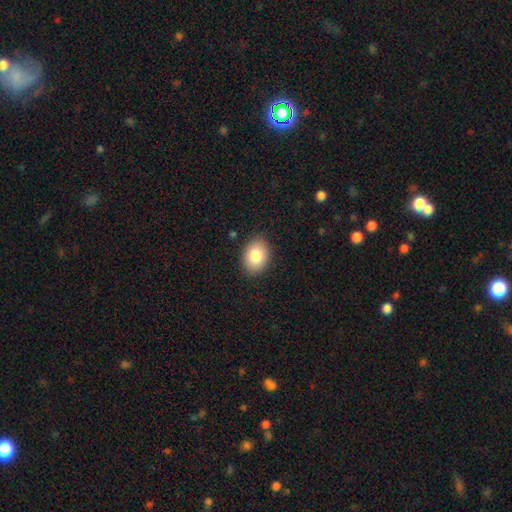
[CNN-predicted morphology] Smooth or featured? smooth (84%)
How rounded? in between (70%)
Merging? none (87%)